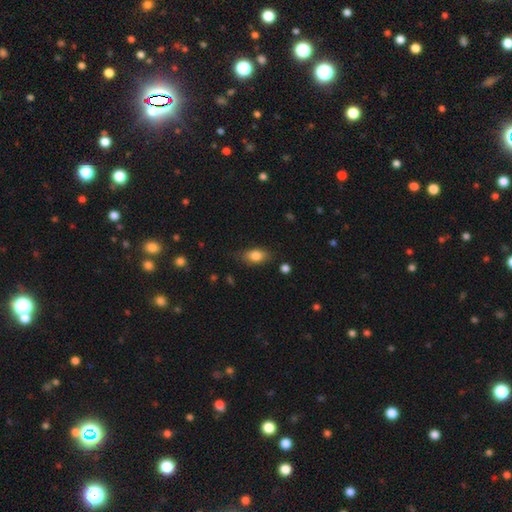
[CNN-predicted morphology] smooth 82%, featured or disk 11%, star or artifact 8%. Down the decision tree: how rounded — in between (86%); merging — none (76%).